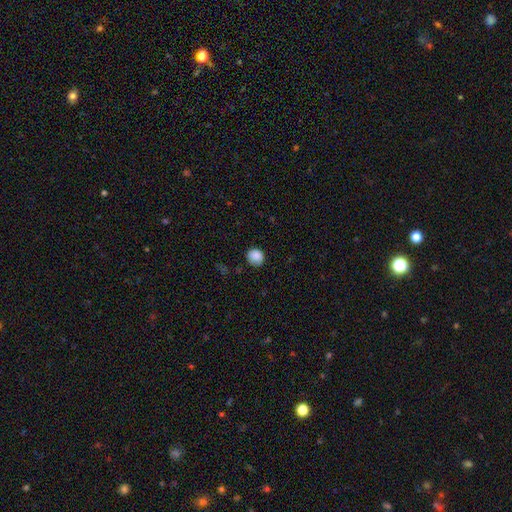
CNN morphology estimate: Smooth or featured? Predicted: smooth (p=0.87). How rounded? Predicted: round (p=0.87). Merging? Predicted: none (p=0.82).